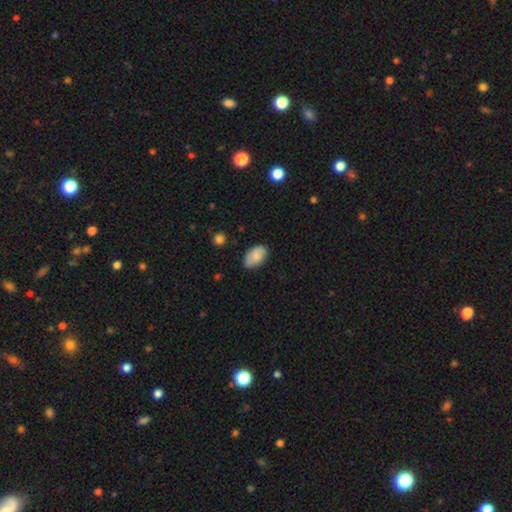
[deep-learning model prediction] This appears to be a smooth galaxy with no disk features (80%) that is in between round and cigar-shaped (91%). Merging: none (75%).